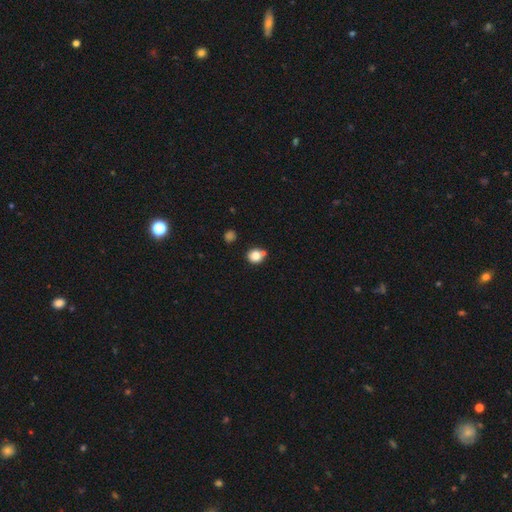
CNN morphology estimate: Smooth or featured? smooth (83%)
How rounded? round (83%)
Merging? none (62%)